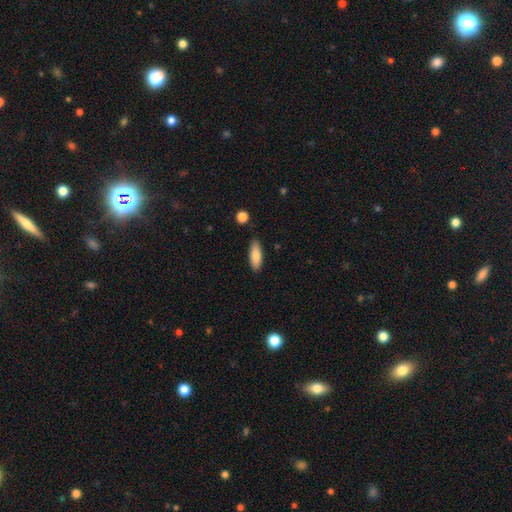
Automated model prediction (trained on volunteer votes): Smooth or featured? smooth (79%)
How rounded? in between (60%)
Merging? none (86%)